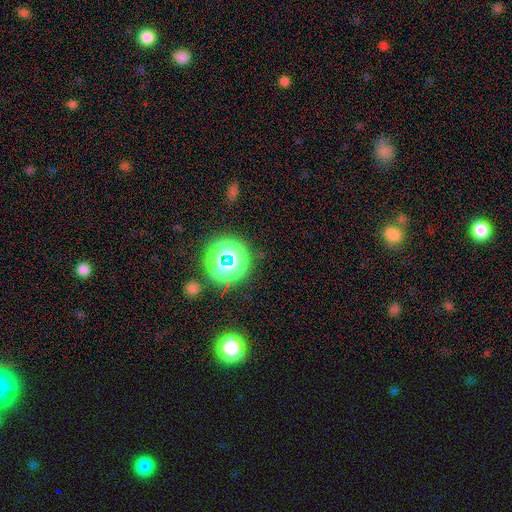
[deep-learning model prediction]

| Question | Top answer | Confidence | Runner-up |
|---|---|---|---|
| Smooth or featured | star or artifact | 77% | smooth (16%) |